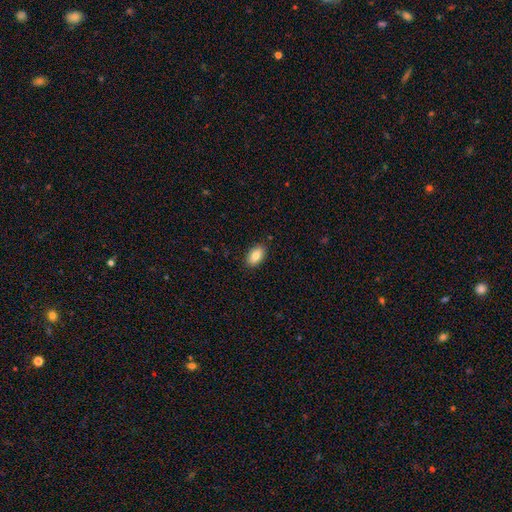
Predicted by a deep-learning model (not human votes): Smooth or featured? smooth (82%)
How rounded? in between (92%)
Merging? none (88%)